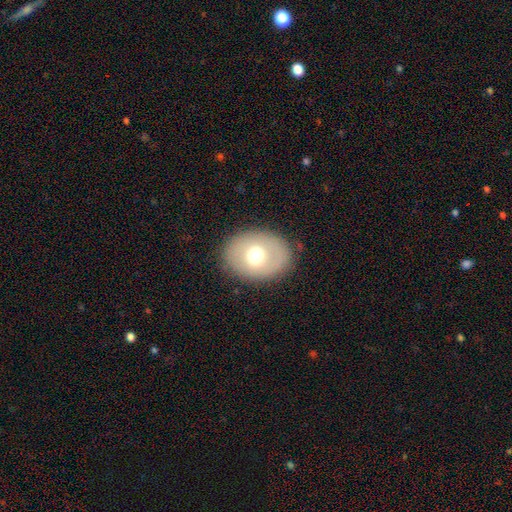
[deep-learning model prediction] Smooth or featured? Predicted: smooth (p=0.61). How rounded? Predicted: in between (p=0.56). Merging? Predicted: none (p=0.83).